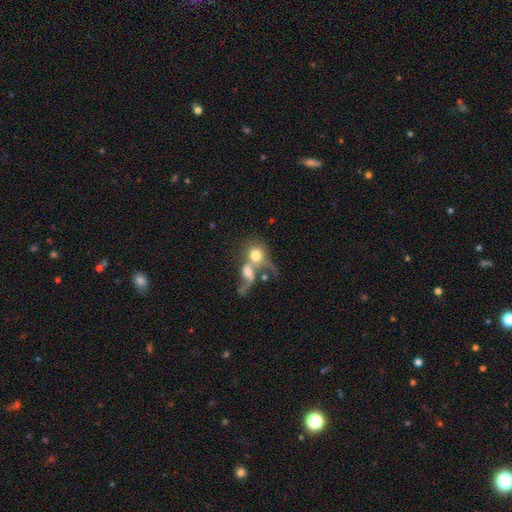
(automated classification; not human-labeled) Morphology: type=smooth (59%); roundness=round (68%); merging=merger (72%).